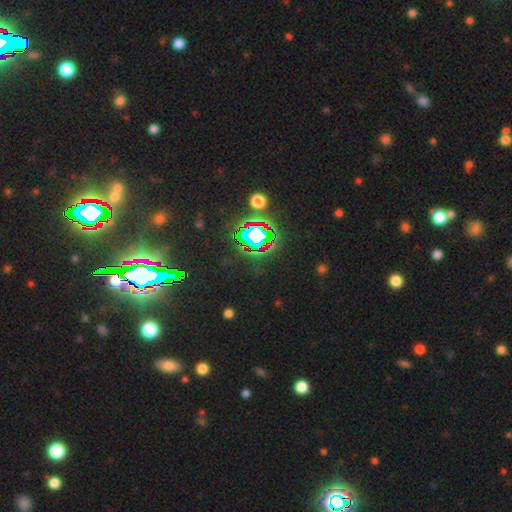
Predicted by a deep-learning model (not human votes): Smooth or featured: star or artifact — 83% (smooth — 9%)